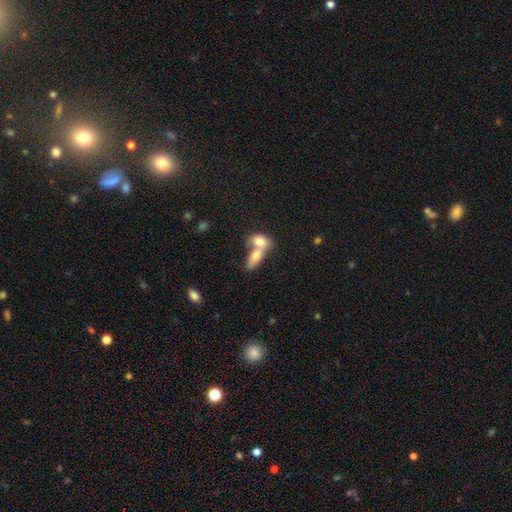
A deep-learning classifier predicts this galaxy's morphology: Smooth or featured? smooth (77%)
How rounded? in between (84%)
Merging? merger (74%)